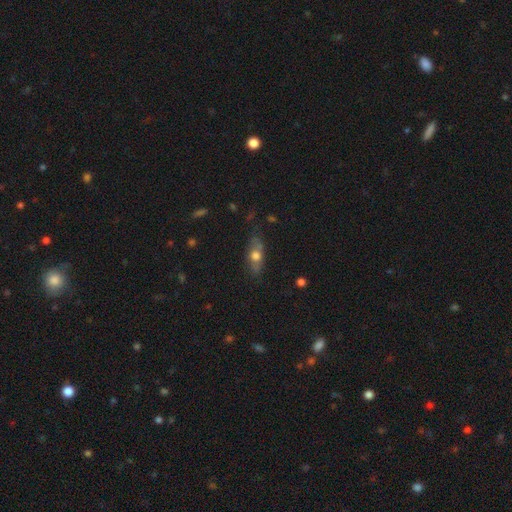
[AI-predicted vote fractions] A smooth galaxy with no disk features (54%) that is in between round and cigar-shaped (61%).

Vote fractions:
- Smooth or featured? smooth: 54% / featured or disk: 37% / star or artifact: 8%
- How rounded? in between: 61% / cigar-shaped: 30% / round: 9%
- Merging? none: 71% / minor disturbance: 20% / major disturbance: 6% / merger: 3%